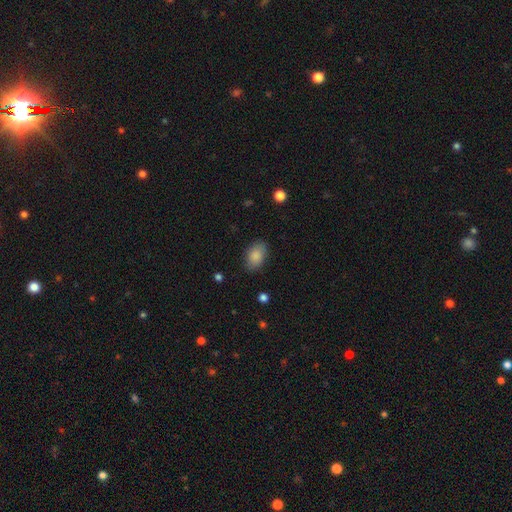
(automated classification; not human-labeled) smooth_or_featured: smooth (p=0.86) [alt: star or artifact p=0.07]
how_rounded: in between (p=0.87) [alt: round p=0.11]
merging: none (p=0.81) [alt: minor disturbance p=0.14]